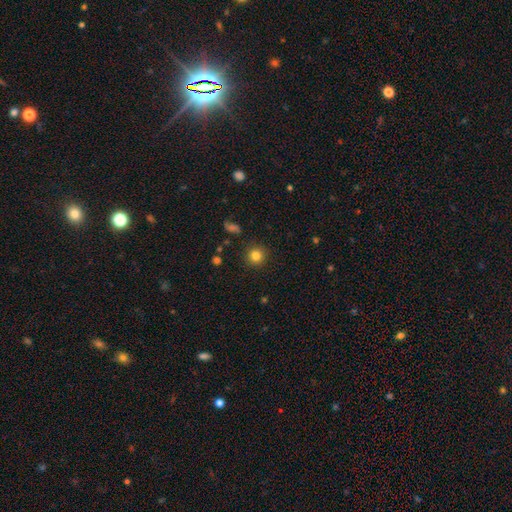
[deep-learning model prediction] The model was most divided on "smooth or featured": smooth: 82%, star or artifact: 12%, featured or disk: 6%. More confident: how rounded — round (93%); merging — none (90%).